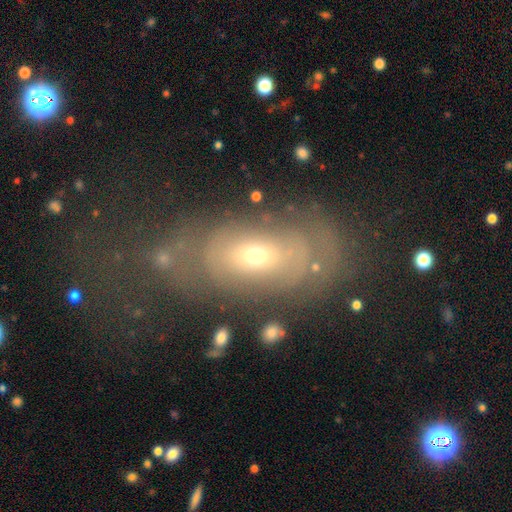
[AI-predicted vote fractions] Smooth or featured? featured or disk (55%)
Edge-on disk? no (90%)
Merging? none (46%)